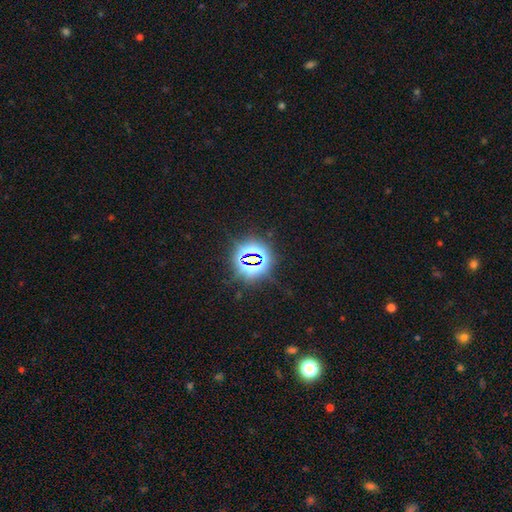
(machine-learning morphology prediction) Smooth or featured? star or artifact (79%)